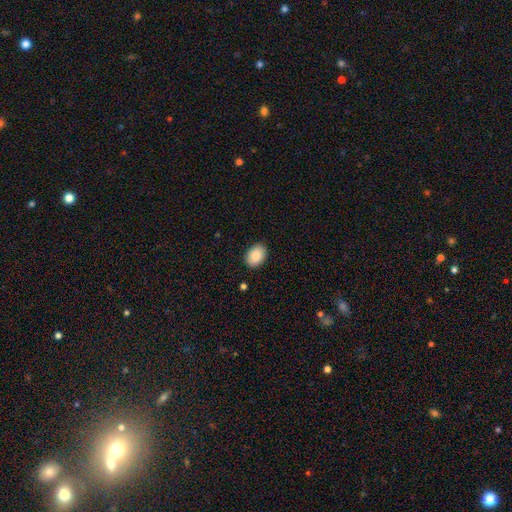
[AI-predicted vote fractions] Smooth or featured? Predicted: smooth (p=0.88). How rounded? Predicted: in between (p=0.82). Merging? Predicted: none (p=0.88).